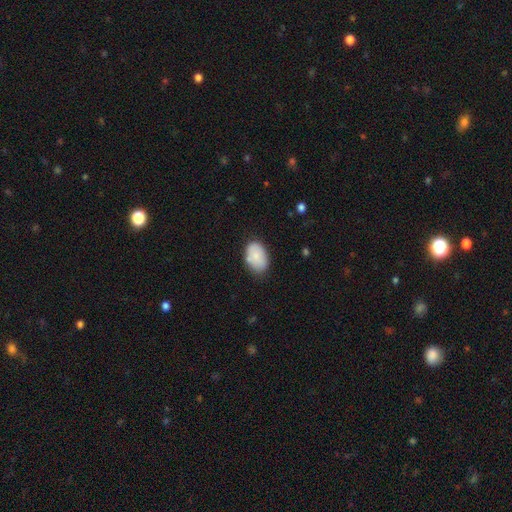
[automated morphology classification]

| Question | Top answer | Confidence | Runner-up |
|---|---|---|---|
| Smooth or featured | smooth | 82% | featured or disk (11%) |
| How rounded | in between | 89% | round (10%) |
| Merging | none | 71% | minor disturbance (21%) |